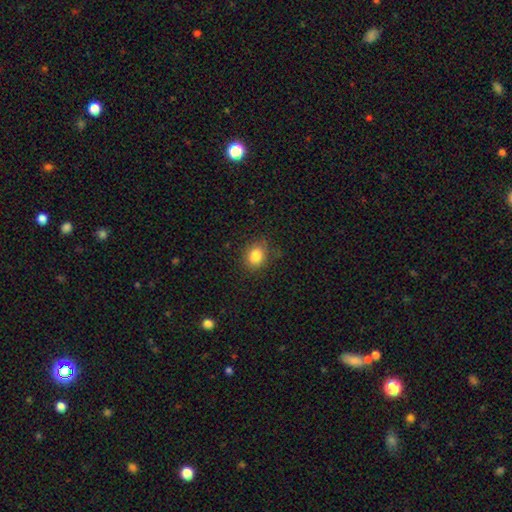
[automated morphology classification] smooth_or_featured: smooth (p=0.84) [alt: star or artifact p=0.10]
how_rounded: round (p=0.52) [alt: in between p=0.47]
merging: none (p=0.80) [alt: minor disturbance p=0.15]